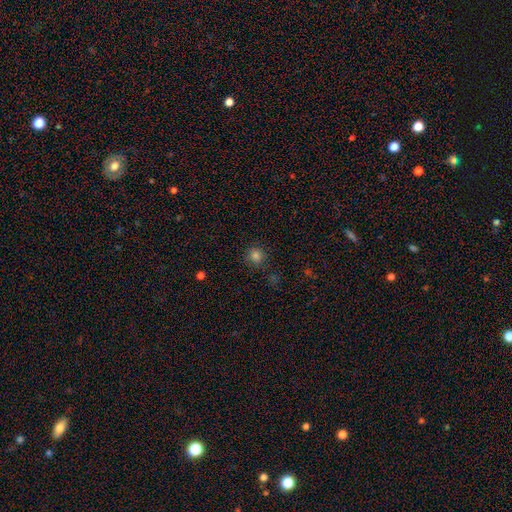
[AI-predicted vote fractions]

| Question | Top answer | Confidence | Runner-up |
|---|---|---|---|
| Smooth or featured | smooth | 81% | star or artifact (15%) |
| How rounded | round | 90% | in between (9%) |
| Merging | none | 86% | minor disturbance (9%) |